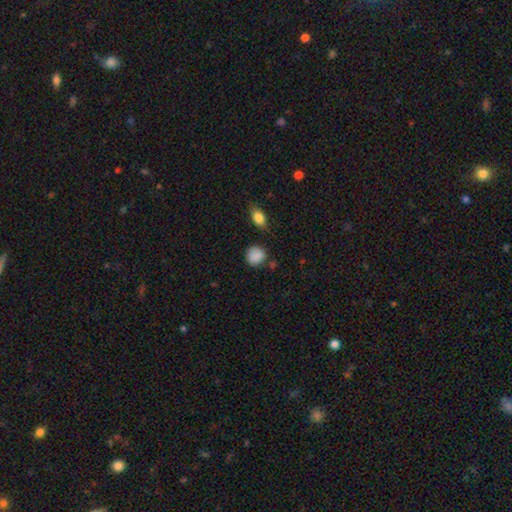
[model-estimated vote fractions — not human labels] Q: Smooth or featured?
A: smooth (86%); runner-up: star or artifact (9%)
Q: How rounded?
A: round (80%); runner-up: in between (19%)
Q: Merging?
A: none (74%); runner-up: minor disturbance (17%)